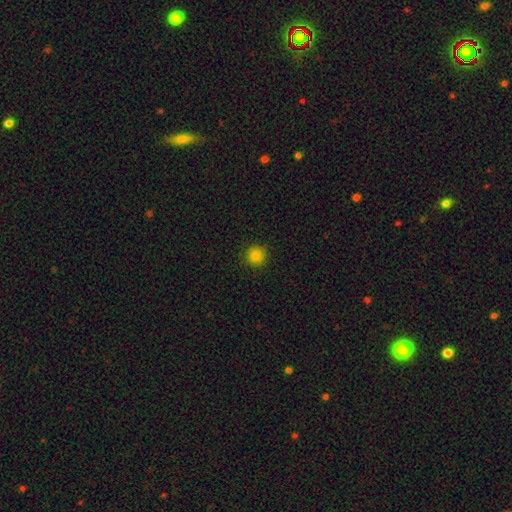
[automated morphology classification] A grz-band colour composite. It shows a smooth galaxy with no disk features (86%) that is round (94%). Merging: none (90%).